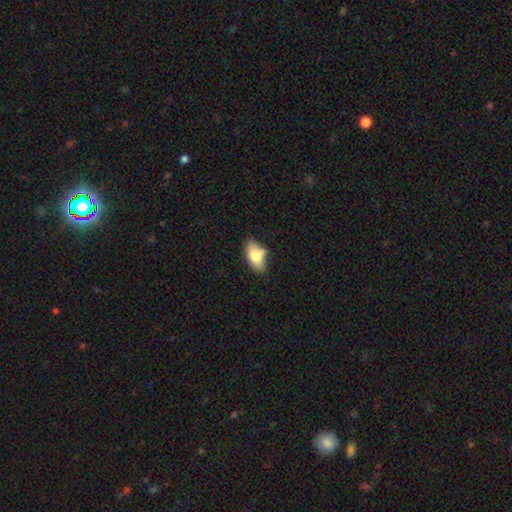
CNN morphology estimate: smooth_or_featured: smooth (p=0.76) [alt: featured or disk p=0.16]
how_rounded: in between (p=0.91) [alt: round p=0.05]
merging: none (p=0.65) [alt: minor disturbance p=0.21]